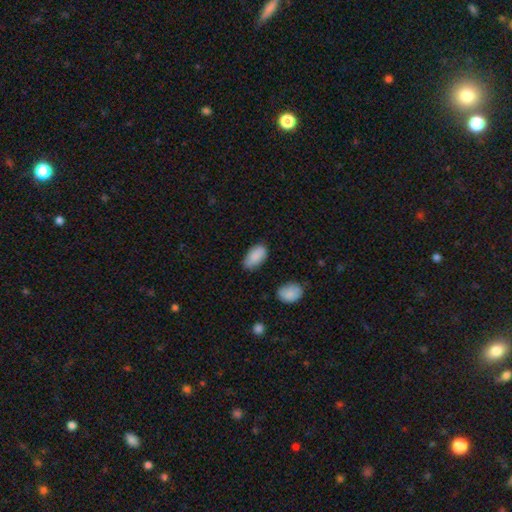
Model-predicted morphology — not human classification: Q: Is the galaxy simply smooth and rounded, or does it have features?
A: smooth — 87%.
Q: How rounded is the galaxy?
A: in between — 93%.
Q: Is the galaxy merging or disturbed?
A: none — 73%.